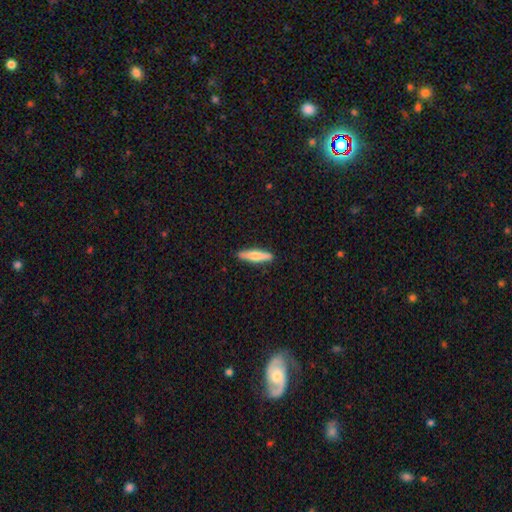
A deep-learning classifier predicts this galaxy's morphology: This is likely a smooth galaxy (63%). How rounded: clearly cigar-shaped (82%). Merging: clearly none (89%).